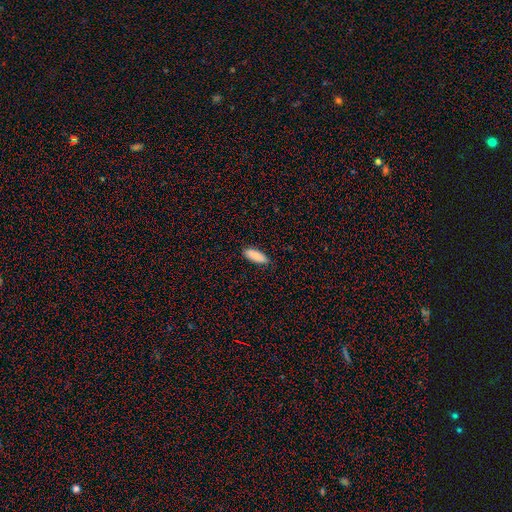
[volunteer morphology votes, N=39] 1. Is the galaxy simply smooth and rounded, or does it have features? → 79% smooth, 10% featured or disk, 10% star or artifact.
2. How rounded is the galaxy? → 74% in between, 26% cigar-shaped, 0% round.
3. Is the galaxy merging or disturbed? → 91% none, 9% minor disturbance, 0% major disturbance, 0% merger.